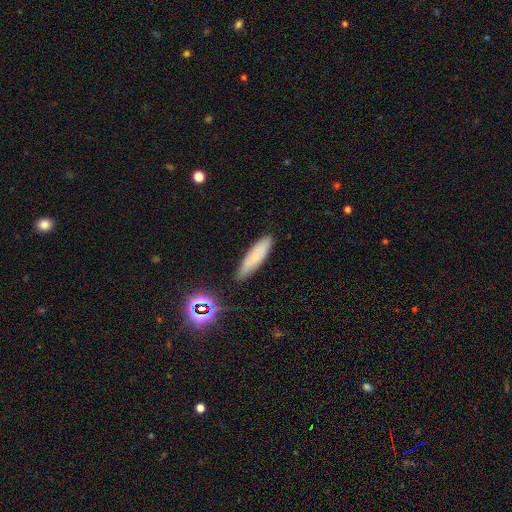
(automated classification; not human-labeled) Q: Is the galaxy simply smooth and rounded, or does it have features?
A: smooth — 74%.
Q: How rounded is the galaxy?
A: cigar-shaped — 71%.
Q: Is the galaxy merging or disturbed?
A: none — 81%.